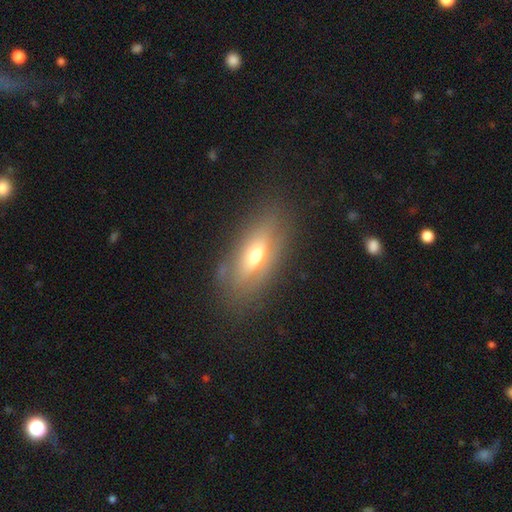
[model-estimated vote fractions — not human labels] Smooth or featured: smooth — 49% (featured or disk — 41%)
Merging: none — 78% (minor disturbance — 15%)